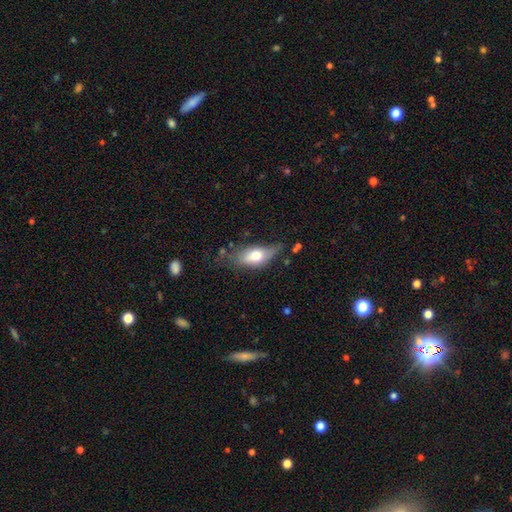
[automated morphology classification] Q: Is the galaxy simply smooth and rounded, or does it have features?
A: smooth — 66%.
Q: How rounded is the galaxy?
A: in between — 83%.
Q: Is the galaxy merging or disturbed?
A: none — 45%.